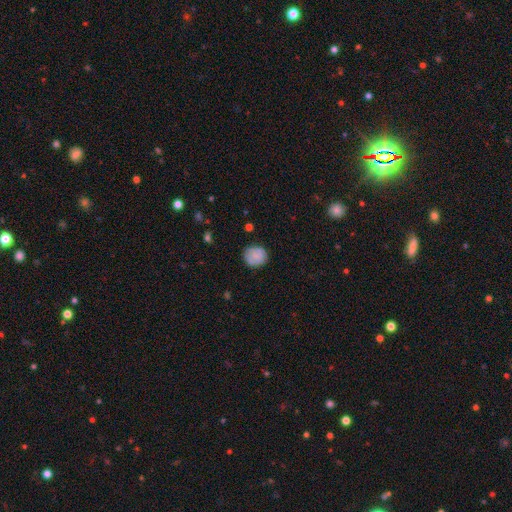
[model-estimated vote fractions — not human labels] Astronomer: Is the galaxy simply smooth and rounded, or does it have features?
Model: smooth — 73%.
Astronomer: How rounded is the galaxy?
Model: round — 83%.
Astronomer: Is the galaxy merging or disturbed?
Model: none — 80%.